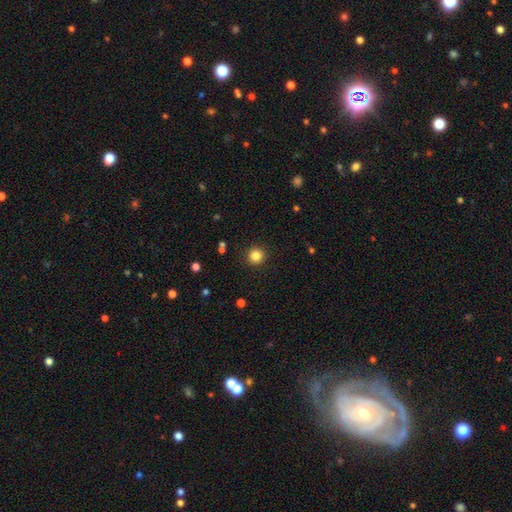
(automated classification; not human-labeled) Smooth or featured?
  - smooth: 84% *
  - star or artifact: 12%
  - featured or disk: 5%
How rounded?
  - round: 94% *
  - in between: 5%
  - cigar-shaped: 1%
Merging?
  - none: 92% *
  - minor disturbance: 5%
  - major disturbance: 2%
  - merger: 1%